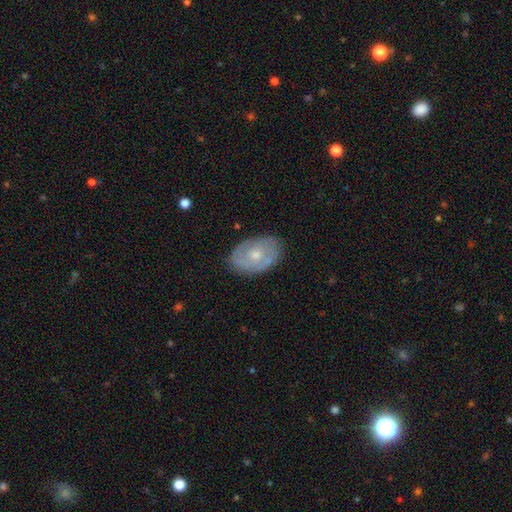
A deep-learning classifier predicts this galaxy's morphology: type=featured or disk (57%); edge-on=no (94%); bar=no (81%); spiral arms=yes (58%); bulge=moderate (58%); merging=none (79%).